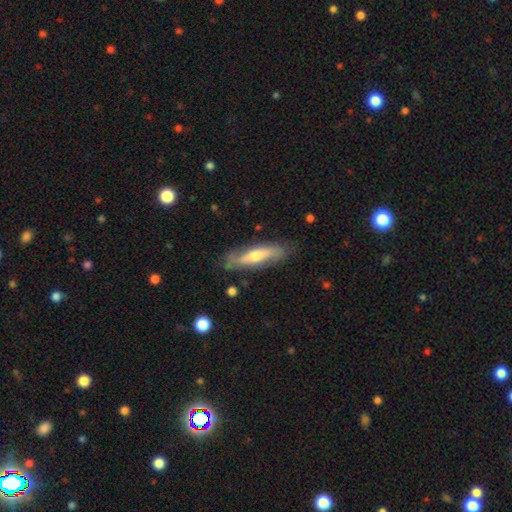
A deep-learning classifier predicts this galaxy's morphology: type=featured or disk (55%); edge-on=yes (53%); merging=none (78%).